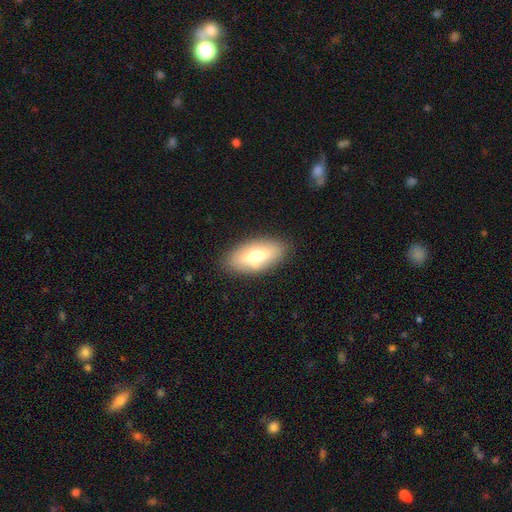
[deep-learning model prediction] Smooth or featured? Predicted: smooth (p=0.67). How rounded? Predicted: in between (p=0.87). Merging? Predicted: none (p=0.86).